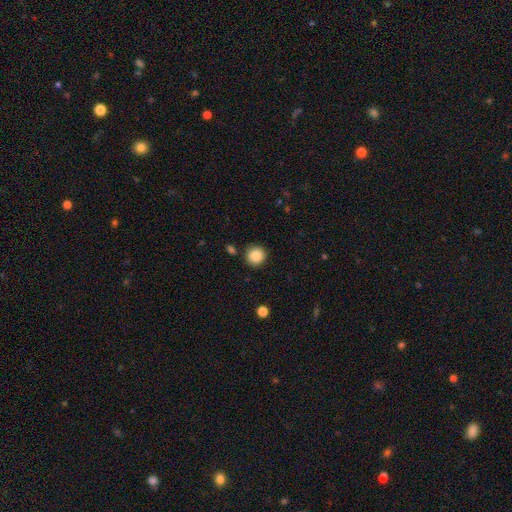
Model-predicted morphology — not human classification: Q: Smooth or featured?
A: smooth (88%); runner-up: star or artifact (9%)
Q: How rounded?
A: round (93%); runner-up: in between (7%)
Q: Merging?
A: none (87%); runner-up: minor disturbance (8%)